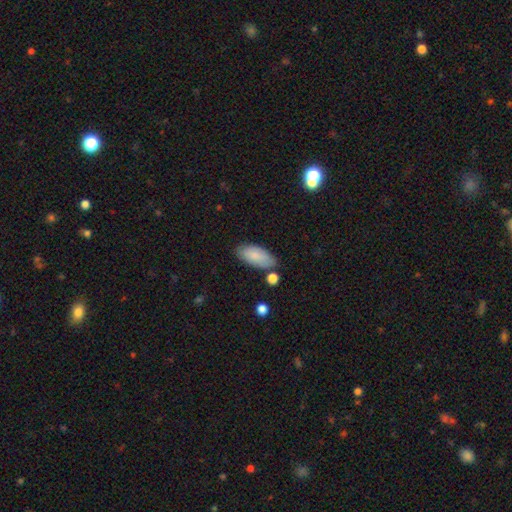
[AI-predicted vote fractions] The model was most divided on "merging": none: 75%, minor disturbance: 16%, merger: 5%, major disturbance: 3%. More confident: how rounded — in between (90%); smooth or featured — smooth (85%).